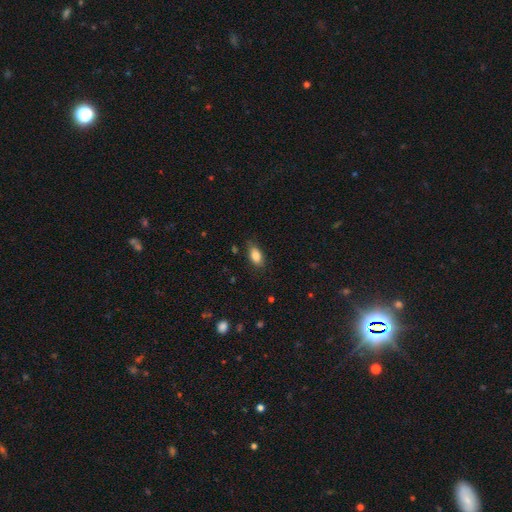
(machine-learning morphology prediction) Q: Smooth or featured?
A: smooth (82%); runner-up: featured or disk (10%)
Q: How rounded?
A: in between (88%); runner-up: round (6%)
Q: Merging?
A: none (77%); runner-up: minor disturbance (19%)